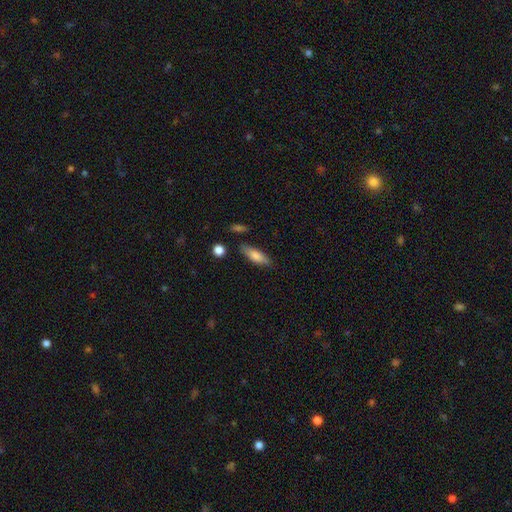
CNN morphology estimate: Smooth or featured? smooth (76%)
How rounded? in between (54%)
Merging? none (79%)